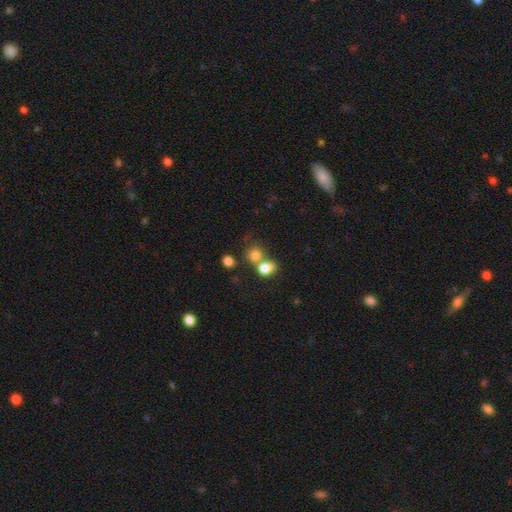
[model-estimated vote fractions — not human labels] Overall: smooth (78%). How rounded: round (72%). Merging: merger (46%; none 40%).